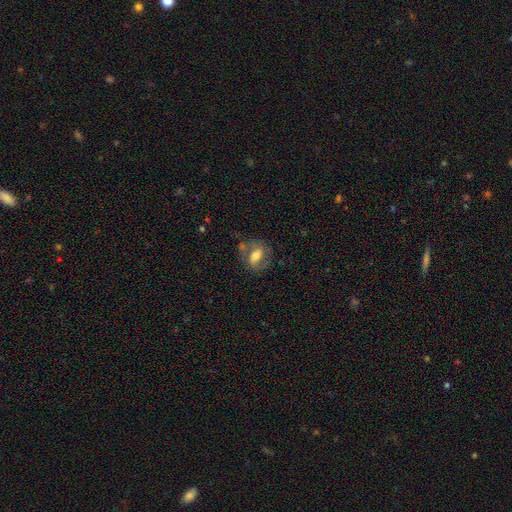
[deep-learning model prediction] Overall: featured or disk (48%; smooth 44%). Merging: none (57%; minor disturbance 21%).